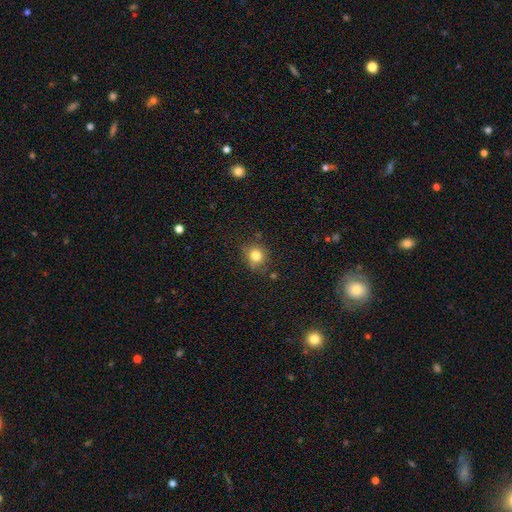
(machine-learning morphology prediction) Smooth or featured: smooth — 80% (star or artifact — 12%)
How rounded: round — 82% (in between — 17%)
Merging: none — 74% (minor disturbance — 18%)